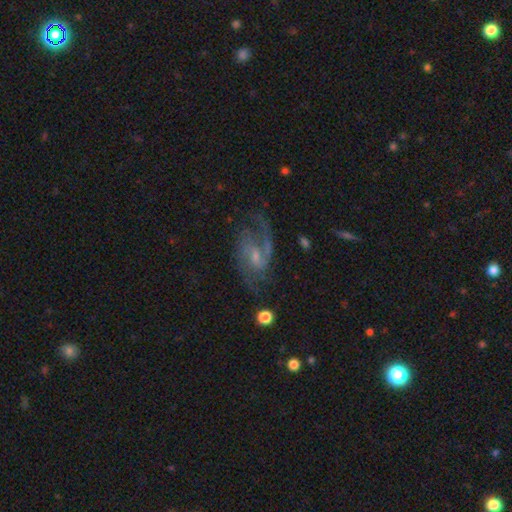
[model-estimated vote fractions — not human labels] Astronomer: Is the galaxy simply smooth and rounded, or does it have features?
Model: featured or disk — 83%.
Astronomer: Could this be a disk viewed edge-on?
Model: no — 97%.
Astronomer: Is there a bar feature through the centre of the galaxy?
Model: weak — 54% (runner-up: no, 34%).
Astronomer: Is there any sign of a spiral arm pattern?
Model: yes — 94%.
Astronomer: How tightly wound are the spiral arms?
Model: medium — 48% (runner-up: loose, 37%).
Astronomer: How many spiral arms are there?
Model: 2 — 75%.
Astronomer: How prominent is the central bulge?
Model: small — 62%.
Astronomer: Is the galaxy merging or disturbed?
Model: none — 59%.